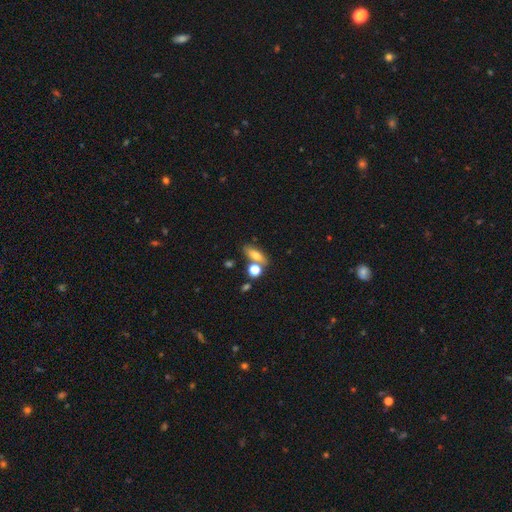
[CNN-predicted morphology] A smooth galaxy with no disk features (65%) that is in between round and cigar-shaped (65%).

Vote fractions:
- Smooth or featured? smooth: 65% / featured or disk: 23% / star or artifact: 12%
- How rounded? in between: 65% / cigar-shaped: 23% / round: 12%
- Merging? none: 62% / merger: 20% / minor disturbance: 13% / major disturbance: 5%